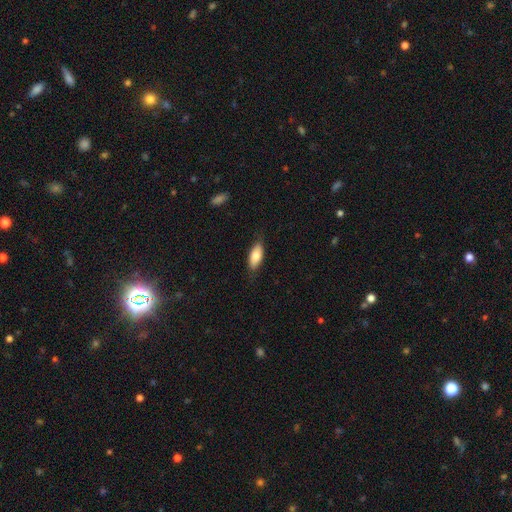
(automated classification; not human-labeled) smooth 78%, featured or disk 15%, star or artifact 6%. Down the decision tree: how rounded — in between (82%); merging — none (79%).